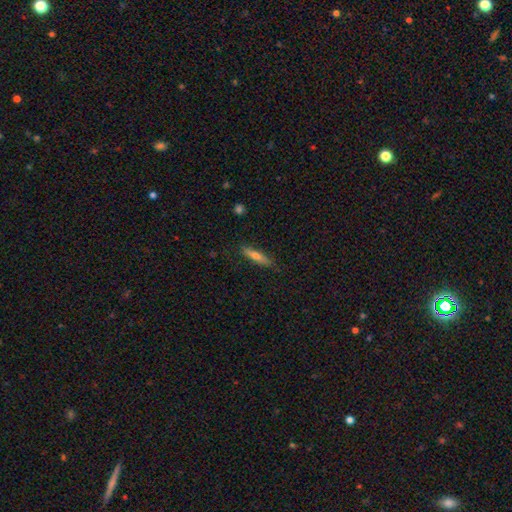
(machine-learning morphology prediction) Smooth or featured? Predicted: smooth (p=0.58). How rounded? Predicted: cigar-shaped (p=0.84). Merging? Predicted: none (p=0.86).